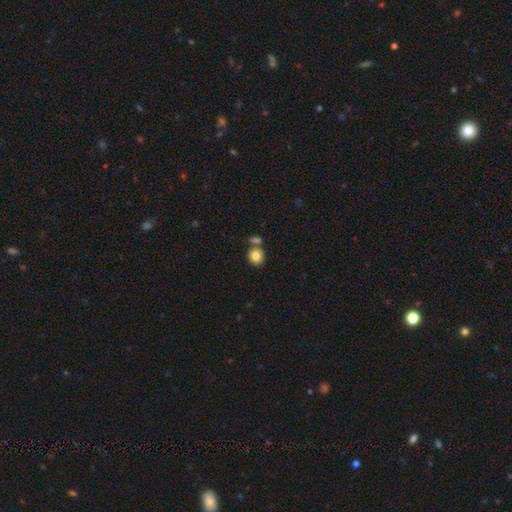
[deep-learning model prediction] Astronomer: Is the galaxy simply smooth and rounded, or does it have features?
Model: smooth — 82%.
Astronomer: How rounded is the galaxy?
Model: round — 74%.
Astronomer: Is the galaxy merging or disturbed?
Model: none — 64%.